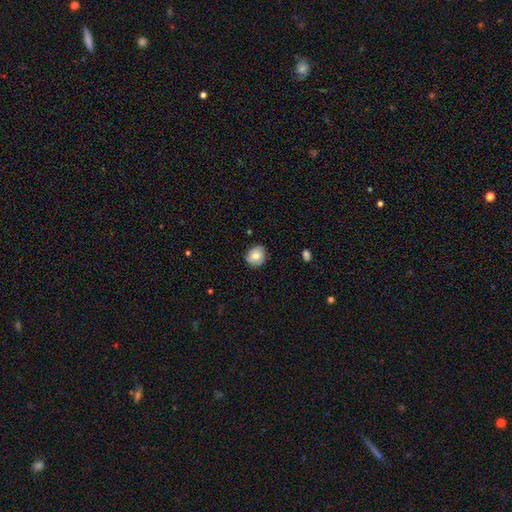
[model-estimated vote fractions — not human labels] A smooth galaxy with no disk features (77%) that is round (74%). Merging: none (83%).